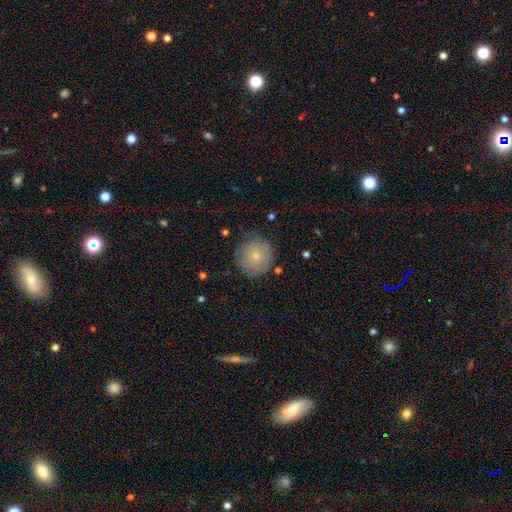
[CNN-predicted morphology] type=smooth (69%); roundness=round (94%); merging=none (76%).